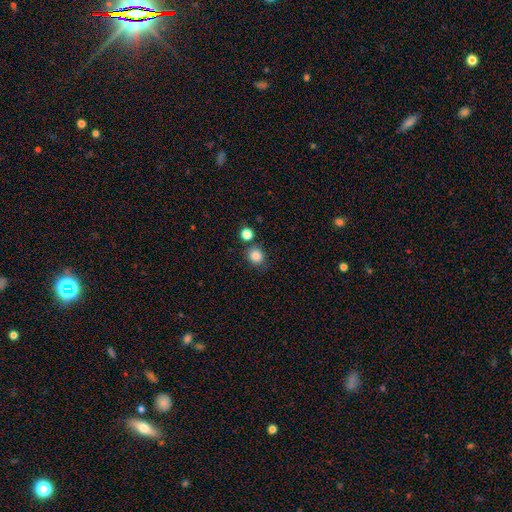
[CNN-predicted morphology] This appears to be a smooth galaxy with no disk features (85%) that is round (81%). Merging: none (75%).